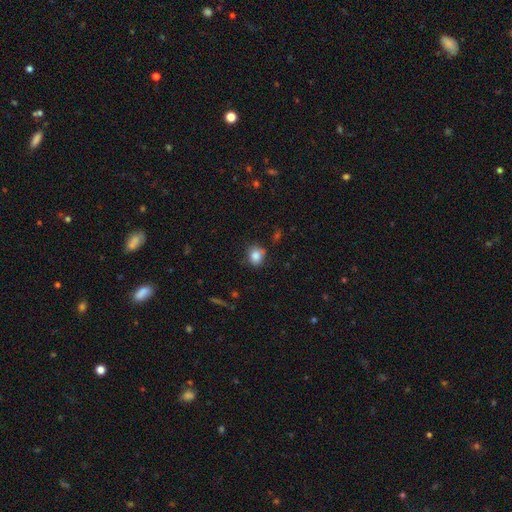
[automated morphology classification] The model was most divided on "how rounded": round: 67%, in between: 32%, cigar-shaped: 1%. More confident: smooth or featured — smooth (83%); merging — none (67%).